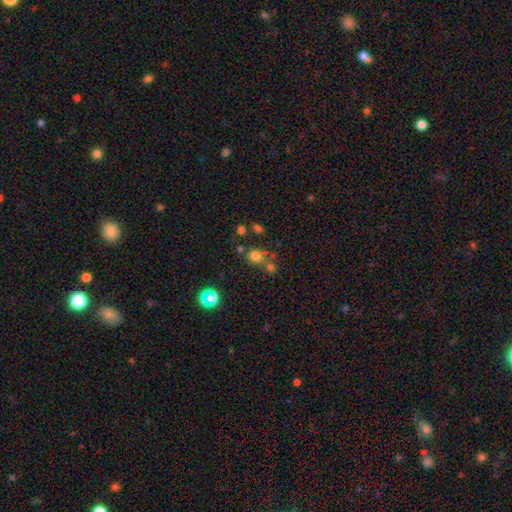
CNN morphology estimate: Smooth or featured? smooth (68%)
How rounded? round (69%)
Merging? none (48%)